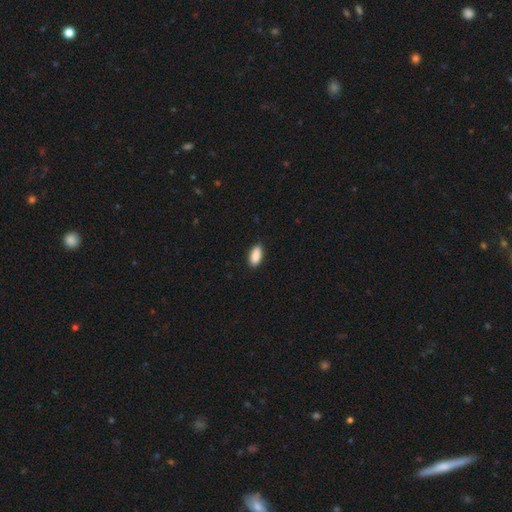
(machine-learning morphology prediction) Q: Smooth or featured?
A: smooth (90%); runner-up: star or artifact (7%)
Q: How rounded?
A: in between (90%); runner-up: cigar-shaped (8%)
Q: Merging?
A: none (88%); runner-up: minor disturbance (10%)